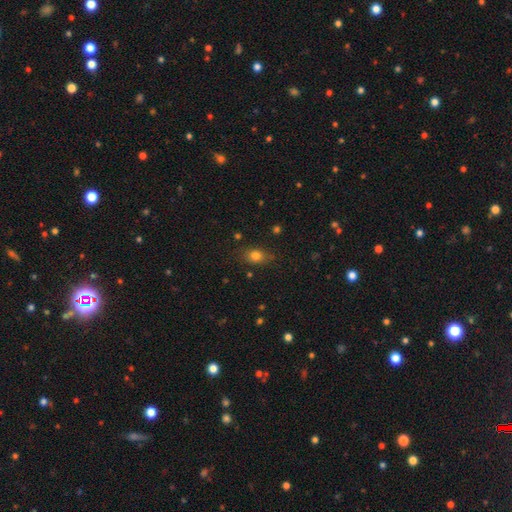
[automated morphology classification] Smooth or featured? Predicted: smooth (p=0.78). How rounded? Predicted: in between (p=0.63). Merging? Predicted: none (p=0.76).